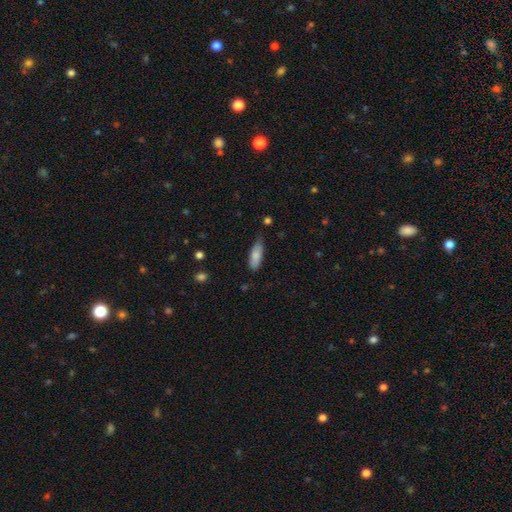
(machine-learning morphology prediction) A smooth galaxy with no disk features (82%) that is in between round and cigar-shaped (63%). Merging: none (68%).